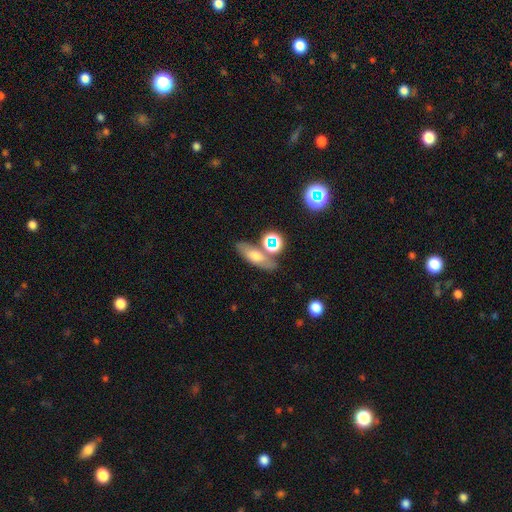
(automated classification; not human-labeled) Smooth or featured?
  - smooth: 53% *
  - featured or disk: 30%
  - star or artifact: 17%
How rounded?
  - in between: 60% *
  - cigar-shaped: 27%
  - round: 13%
Merging?
  - none: 64% *
  - merger: 17%
  - minor disturbance: 14%
  - major disturbance: 5%